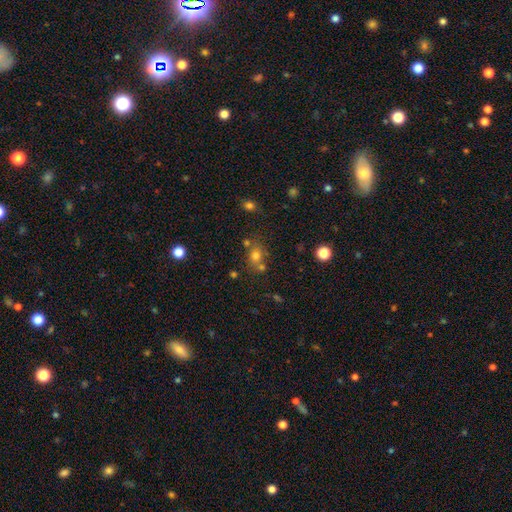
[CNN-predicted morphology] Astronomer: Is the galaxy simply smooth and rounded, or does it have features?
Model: smooth — 72%.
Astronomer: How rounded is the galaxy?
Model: round — 62%.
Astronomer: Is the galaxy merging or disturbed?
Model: none — 59%.